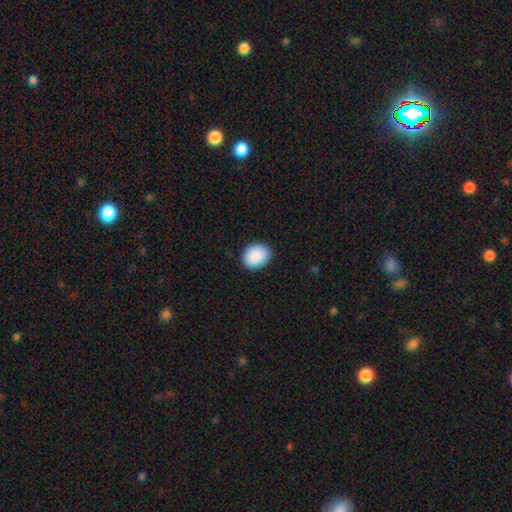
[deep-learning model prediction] A smooth galaxy with no disk features (90%) that is in between round and cigar-shaped (54%). Merging: none (89%).